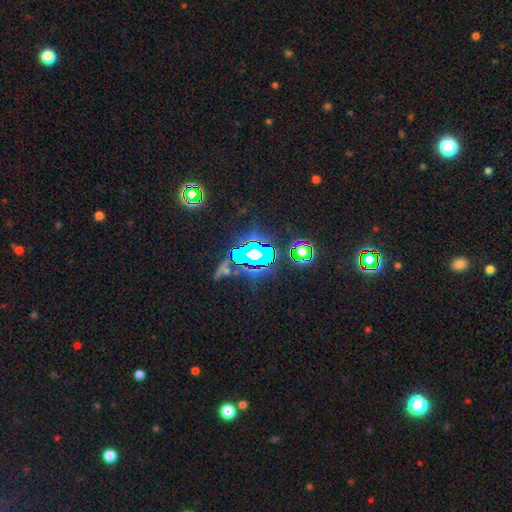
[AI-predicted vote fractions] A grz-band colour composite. It shows a star or artifact, not a galaxy (68%).